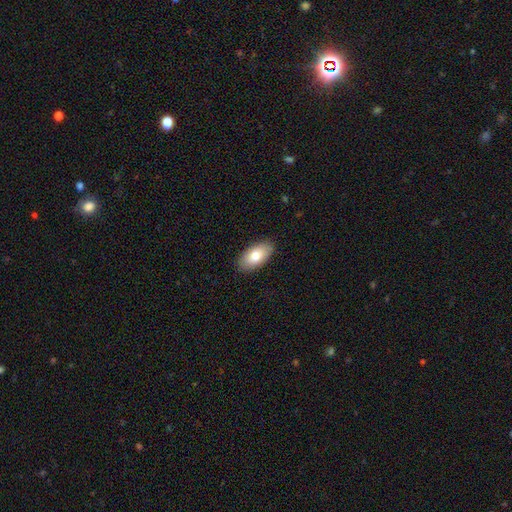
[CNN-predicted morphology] type=smooth (76%); roundness=in between (94%); merging=none (88%).